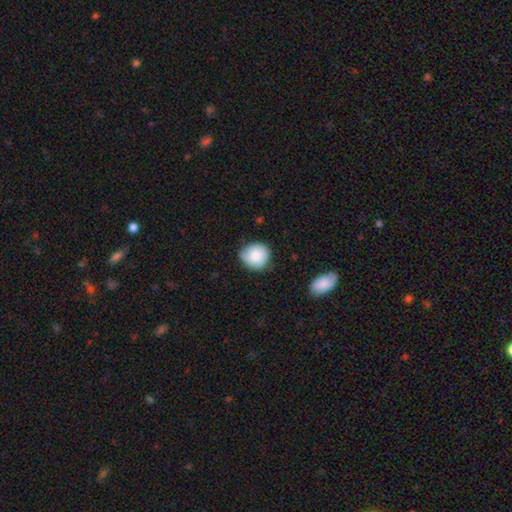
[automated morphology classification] smooth_or_featured: smooth (p=0.82) [alt: featured or disk p=0.11]
how_rounded: round (p=0.86) [alt: in between p=0.13]
merging: none (p=0.75) [alt: minor disturbance p=0.20]